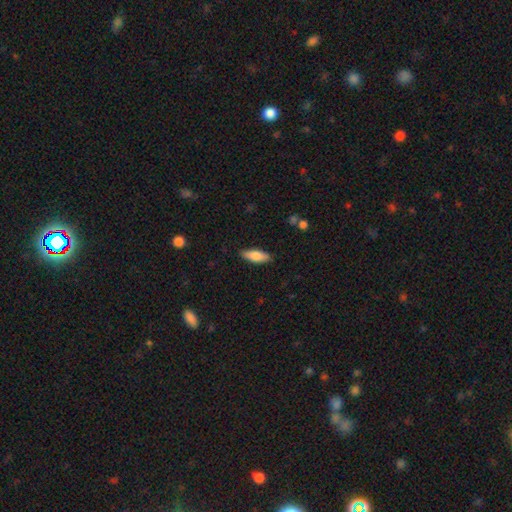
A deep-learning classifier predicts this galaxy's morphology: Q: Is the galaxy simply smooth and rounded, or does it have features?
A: smooth — 81%.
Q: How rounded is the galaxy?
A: in between — 66%.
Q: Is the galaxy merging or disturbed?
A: none — 86%.